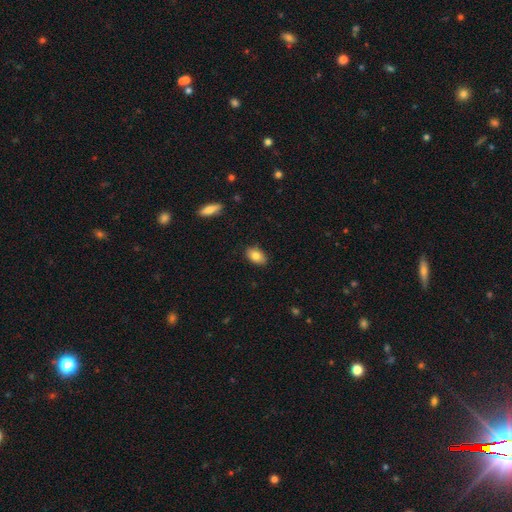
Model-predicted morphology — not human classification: type=smooth (84%); roundness=in between (91%); merging=none (87%).